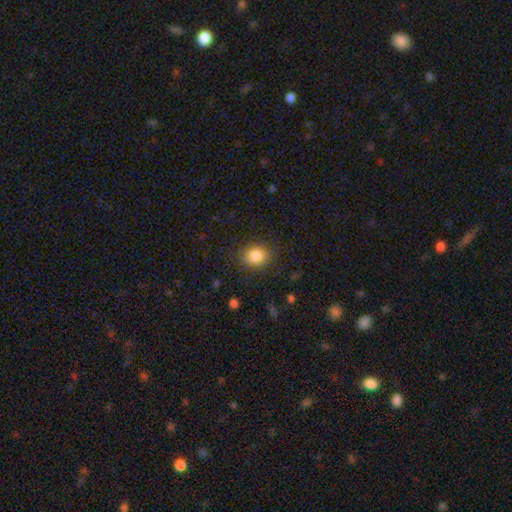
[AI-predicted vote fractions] This appears to be a smooth galaxy with no disk features (85%) that is round (59%). Merging: none (85%).